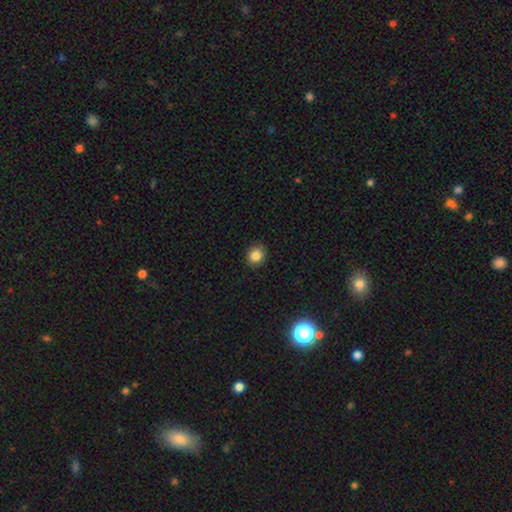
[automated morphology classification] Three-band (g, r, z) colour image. It shows a smooth galaxy with no disk features (83%) that is round (77%). Merging: none (89%).